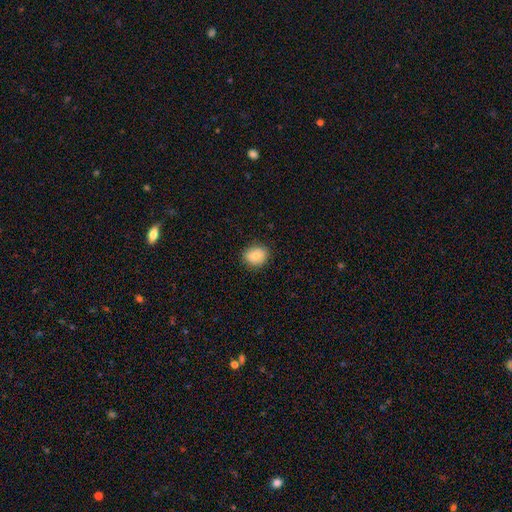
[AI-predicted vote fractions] smooth 85%, star or artifact 8%, featured or disk 7%. Down the decision tree: how rounded — round (65%); merging — none (85%).